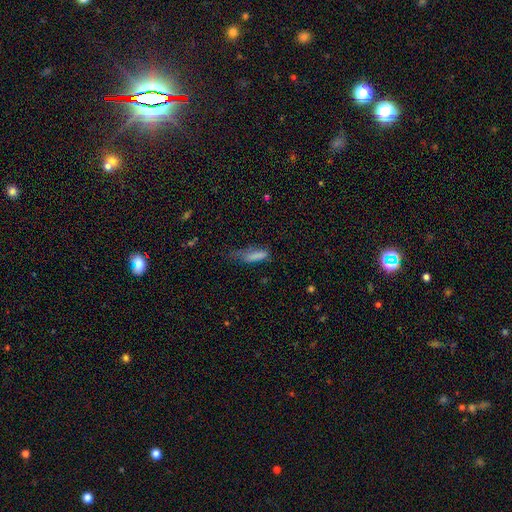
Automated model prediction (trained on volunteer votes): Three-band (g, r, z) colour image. It shows a smooth galaxy with no disk features (78%) that is cigar-shaped (56%). Merging: minor disturbance (36%).